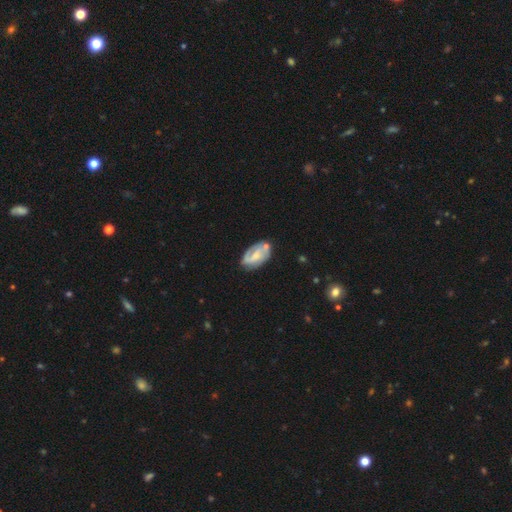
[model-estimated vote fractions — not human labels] This is likely a featured or disk galaxy (62%). It is clearly not viewed edge-on (95%). Bar: marginally weak (44%). Spiral arm pattern: likely yes (79%). Central bulge: marginally small (42%). Merging: likely none (61%).